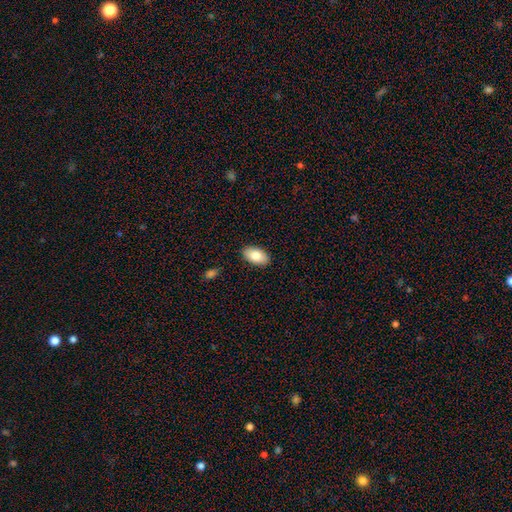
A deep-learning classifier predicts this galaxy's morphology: Overall: smooth (82%). How rounded: in between (94%). Merging: none (89%).